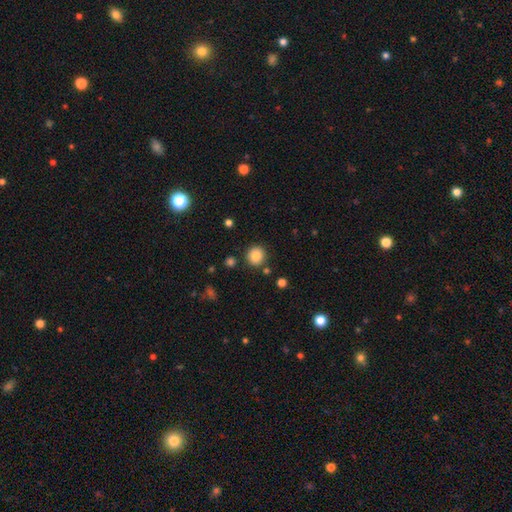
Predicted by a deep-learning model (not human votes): Morphology: type=smooth (85%); roundness=round (91%); merging=none (86%).